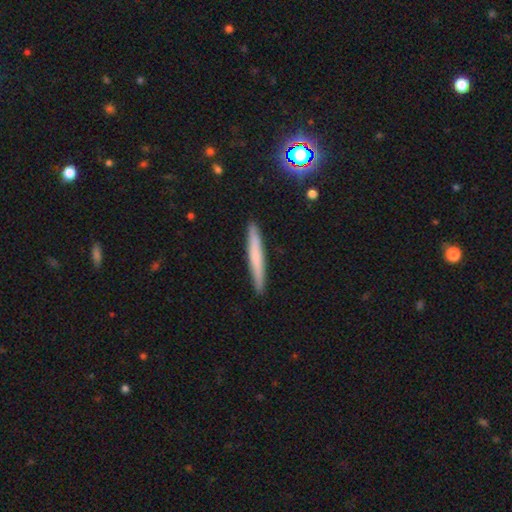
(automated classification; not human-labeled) This appears to be a smooth galaxy with no disk features (61%) that is cigar-shaped (96%). Merging: none (91%).